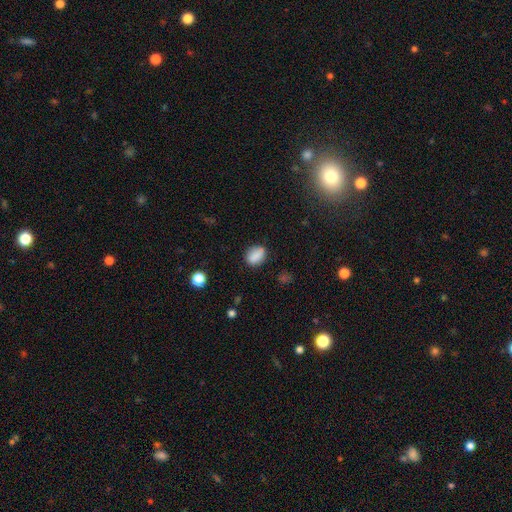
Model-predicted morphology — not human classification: This is clearly a smooth galaxy (86%). How rounded: likely in between (69%). Merging: likely none (80%).